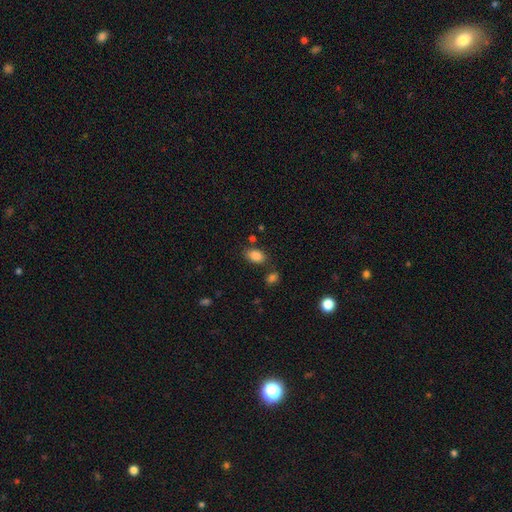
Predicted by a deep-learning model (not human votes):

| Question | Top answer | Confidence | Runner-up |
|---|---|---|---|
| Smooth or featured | smooth | 86% | star or artifact (9%) |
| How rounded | in between | 86% | round (12%) |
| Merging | none | 74% | minor disturbance (13%) |